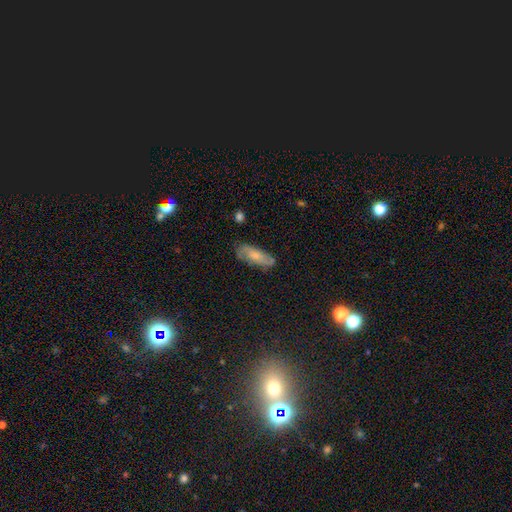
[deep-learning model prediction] Q: Smooth or featured?
A: smooth (55%); runner-up: featured or disk (37%)
Q: How rounded?
A: in between (67%); runner-up: cigar-shaped (31%)
Q: Merging?
A: none (72%); runner-up: minor disturbance (21%)